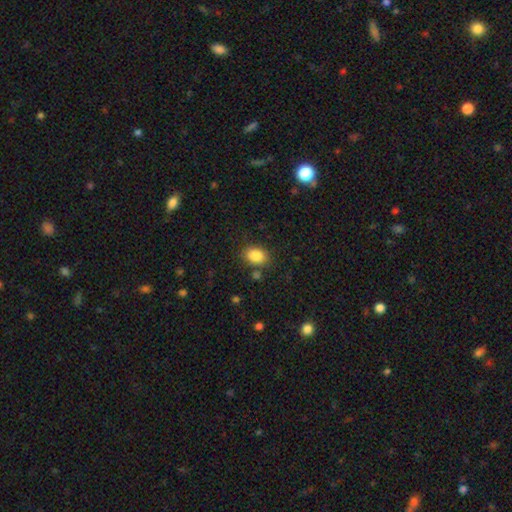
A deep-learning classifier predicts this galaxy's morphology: Smooth or featured? smooth (85%)
How rounded? in between (70%)
Merging? none (80%)